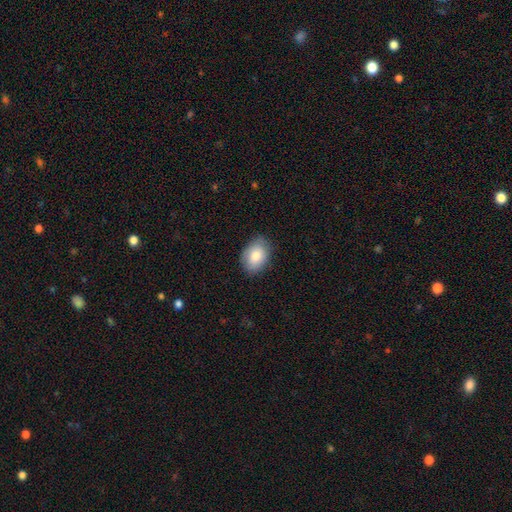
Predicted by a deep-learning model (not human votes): Q: Smooth or featured?
A: smooth (81%); runner-up: featured or disk (12%)
Q: How rounded?
A: in between (80%); runner-up: round (19%)
Q: Merging?
A: none (82%); runner-up: minor disturbance (14%)